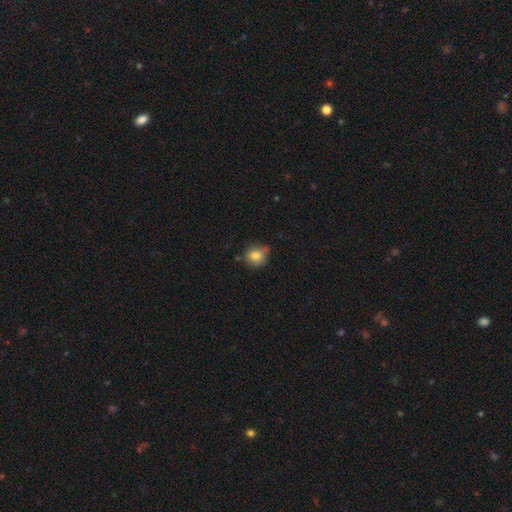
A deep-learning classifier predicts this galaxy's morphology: Smooth or featured? Predicted: smooth (p=0.79). How rounded? Predicted: round (p=0.81). Merging? Predicted: none (p=0.65).